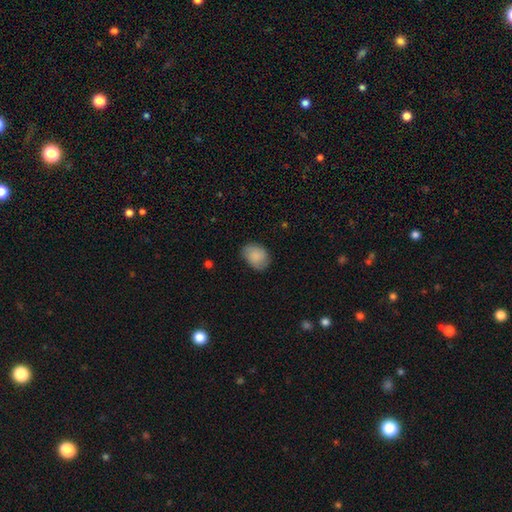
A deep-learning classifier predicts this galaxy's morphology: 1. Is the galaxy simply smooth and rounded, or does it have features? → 84% smooth, 9% featured or disk, 7% star or artifact.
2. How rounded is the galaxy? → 68% in between, 31% round, 1% cigar-shaped.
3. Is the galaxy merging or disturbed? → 75% none, 20% minor disturbance, 4% major disturbance, 1% merger.